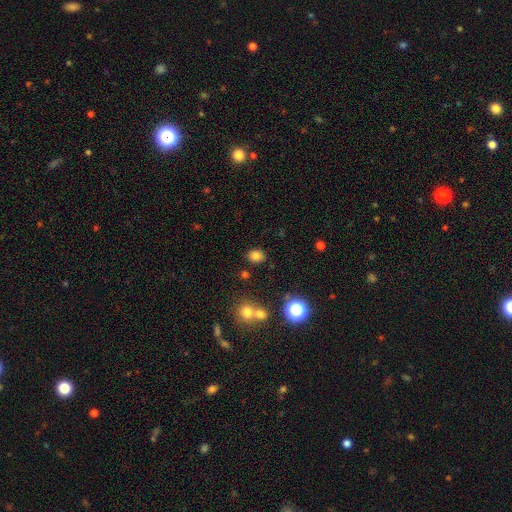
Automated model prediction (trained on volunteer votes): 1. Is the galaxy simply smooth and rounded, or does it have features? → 79% smooth, 15% star or artifact, 7% featured or disk.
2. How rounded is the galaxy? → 52% in between, 47% round, 1% cigar-shaped.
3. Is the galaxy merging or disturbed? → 83% none, 9% minor disturbance, 5% merger, 3% major disturbance.